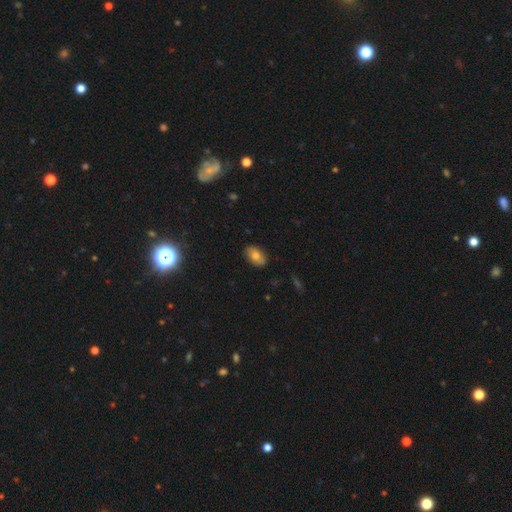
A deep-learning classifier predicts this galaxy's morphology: Smooth or featured? Predicted: smooth (p=0.74). How rounded? Predicted: in between (p=0.89). Merging? Predicted: none (p=0.86).